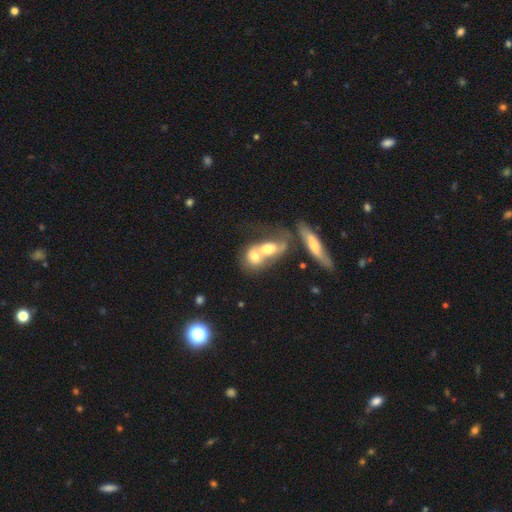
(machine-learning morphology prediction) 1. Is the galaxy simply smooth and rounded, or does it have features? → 47% featured or disk, 40% smooth, 13% star or artifact.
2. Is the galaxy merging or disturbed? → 65% merger, 22% none, 7% minor disturbance, 6% major disturbance.